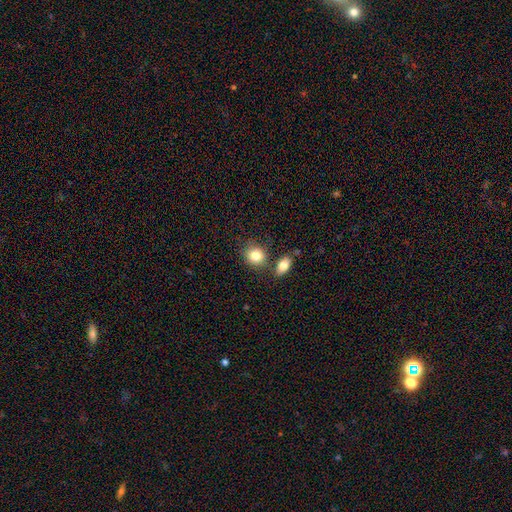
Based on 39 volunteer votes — smooth 85%, featured or disk 8%, star or artifact 8%. Down the decision tree: how rounded — round (67%); merging — none (72%).